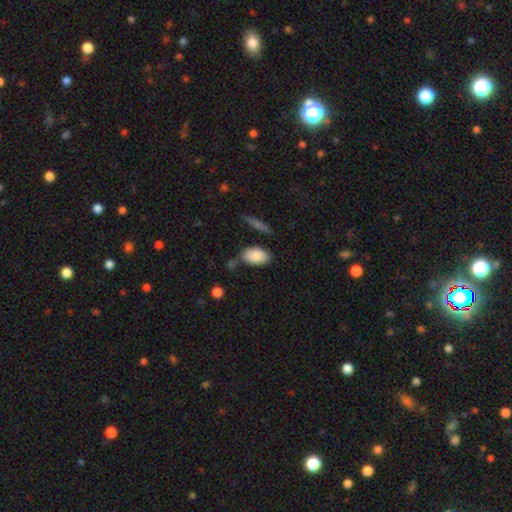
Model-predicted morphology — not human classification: This appears to be a smooth galaxy with no disk features (86%) that is in between round and cigar-shaped (93%). Merging: none (71%).